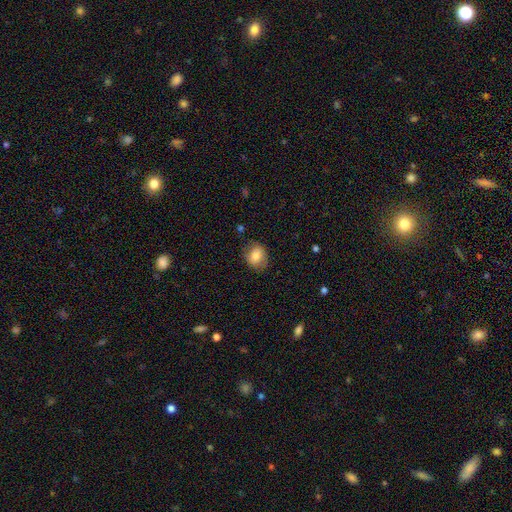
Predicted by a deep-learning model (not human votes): A smooth galaxy with no disk features (78%) that is round (54%). Merging: none (77%).